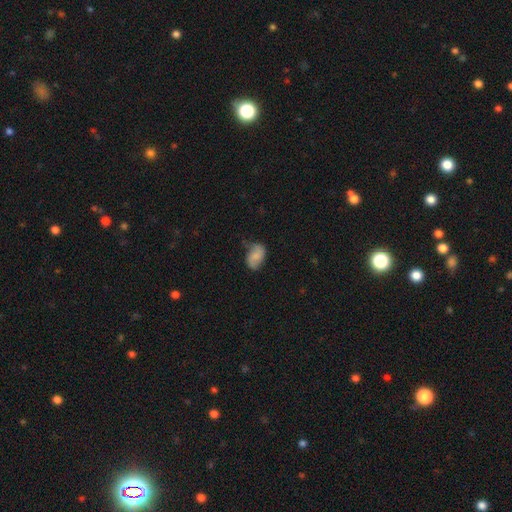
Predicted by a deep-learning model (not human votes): Smooth or featured? smooth (66%)
How rounded? in between (86%)
Merging? none (52%)